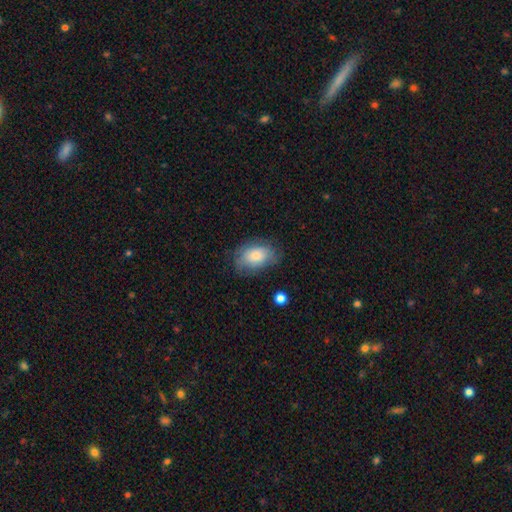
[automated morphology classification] Q: Smooth or featured?
A: smooth (76%); runner-up: featured or disk (17%)
Q: How rounded?
A: in between (88%); runner-up: round (11%)
Q: Merging?
A: none (67%); runner-up: minor disturbance (23%)